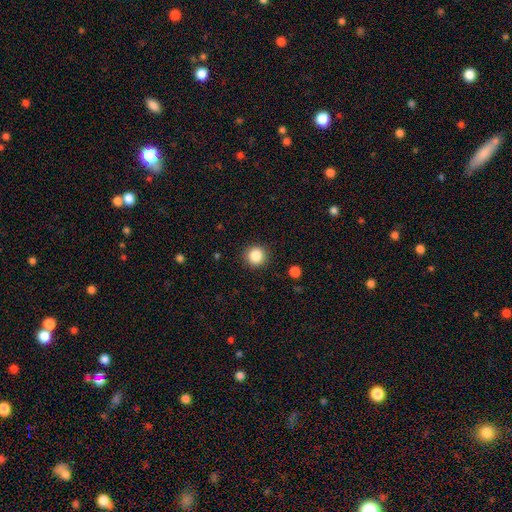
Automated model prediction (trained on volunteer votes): Morphology: type=smooth (85%); roundness=round (94%); merging=none (91%).